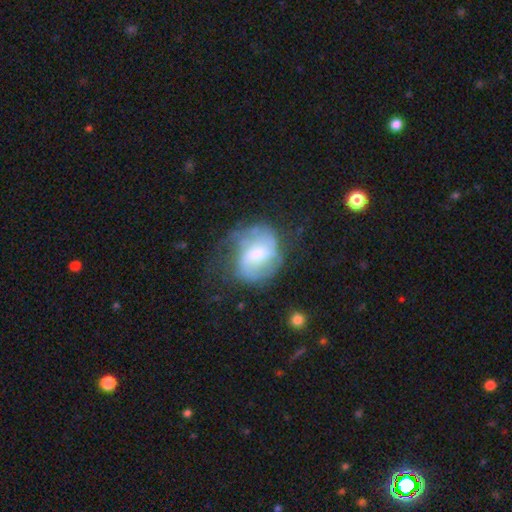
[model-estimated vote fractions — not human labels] This is likely a featured or disk galaxy (67%). It is clearly not viewed edge-on (97%). Bar: possibly weak (52%). Spiral arm pattern: clearly yes (82%). Spiral arm count: possibly 2 (55%). Spiral winding: marginally medium (43%). Central bulge: possibly moderate (54%). Merging: possibly none (48%).